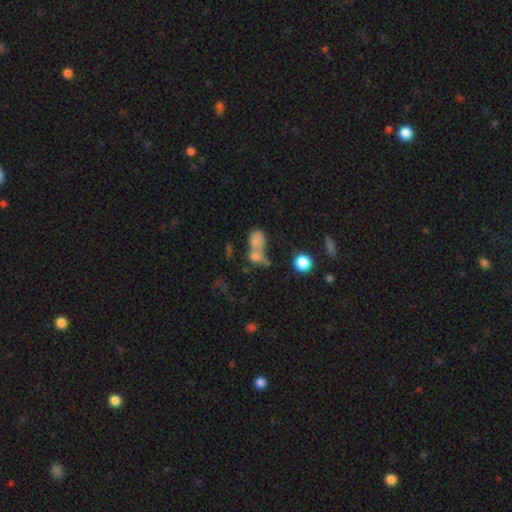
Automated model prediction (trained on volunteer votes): Smooth or featured? smooth (48%)
Merging? merger (43%)